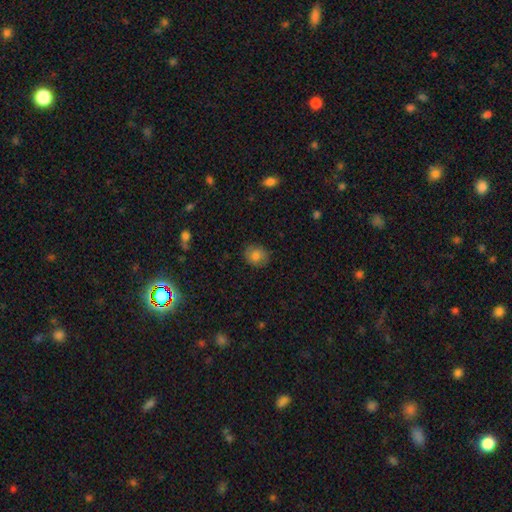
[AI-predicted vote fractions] A smooth galaxy with no disk features (78%) that is round (70%).

Vote fractions:
- Smooth or featured? smooth: 78% / featured or disk: 13% / star or artifact: 9%
- How rounded? round: 70% / in between: 29% / cigar-shaped: 1%
- Merging? none: 85% / minor disturbance: 11% / major disturbance: 3% / merger: 1%